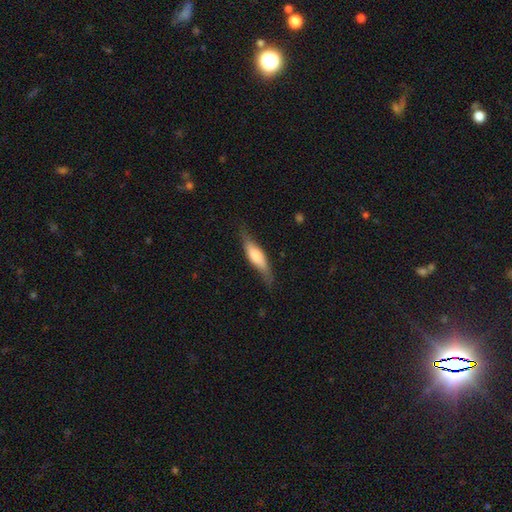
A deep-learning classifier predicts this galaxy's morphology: Overall: smooth (54%; featured or disk 40%). How rounded: cigar-shaped (62%; in between 36%). Merging: none (73%).